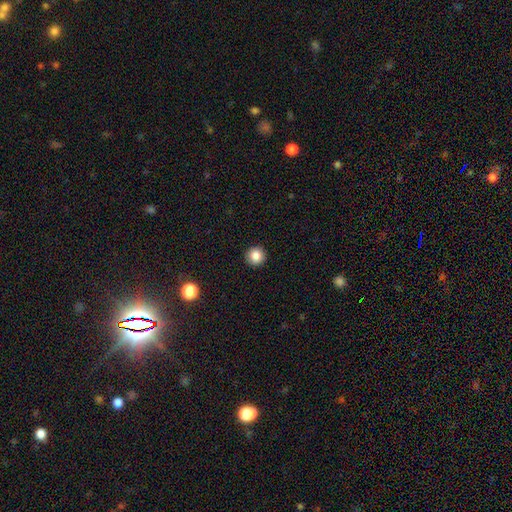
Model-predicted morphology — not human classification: Smooth or featured?
  - smooth: 85% *
  - star or artifact: 10%
  - featured or disk: 5%
How rounded?
  - round: 95% *
  - in between: 4%
  - cigar-shaped: 1%
Merging?
  - none: 93% *
  - minor disturbance: 5%
  - major disturbance: 2%
  - merger: 1%